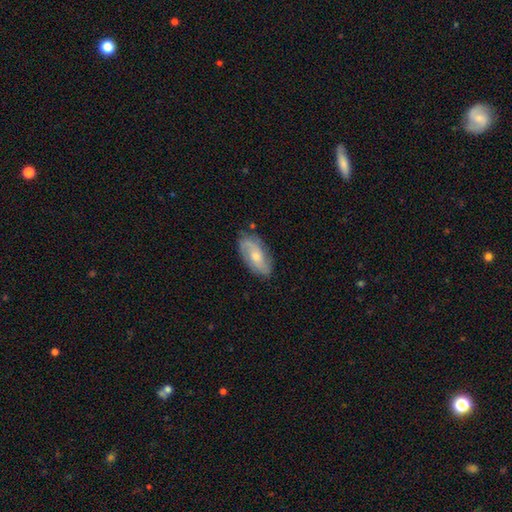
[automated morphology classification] Overall: featured or disk (57%; smooth 36%). Edge-on disk: no (92%). Bar: no (62%; weak 32%). Spiral arms: yes (84%). Bulge size: moderate (53%; small 39%). Merging: none (73%).